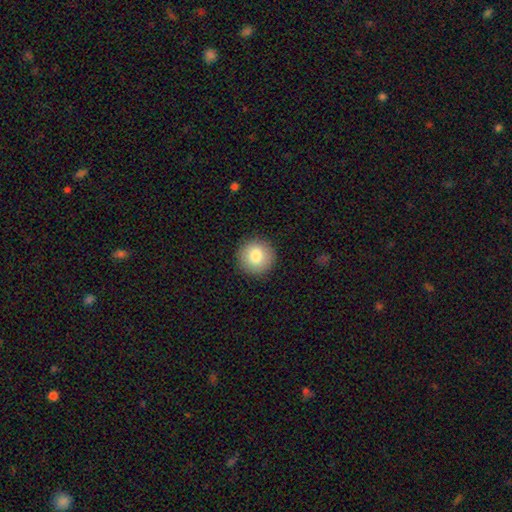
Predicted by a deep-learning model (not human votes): Smooth or featured: smooth — 82% (featured or disk — 9%)
How rounded: round — 95% (in between — 4%)
Merging: none — 91% (minor disturbance — 6%)